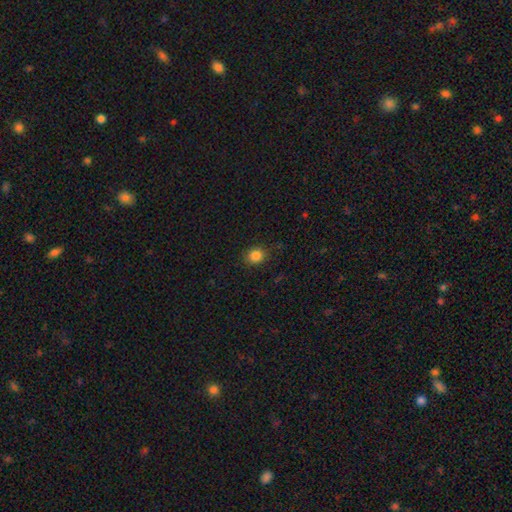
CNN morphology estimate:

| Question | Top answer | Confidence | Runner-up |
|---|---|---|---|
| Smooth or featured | smooth | 85% | star or artifact (11%) |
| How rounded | round | 70% | in between (29%) |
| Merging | none | 86% | minor disturbance (10%) |